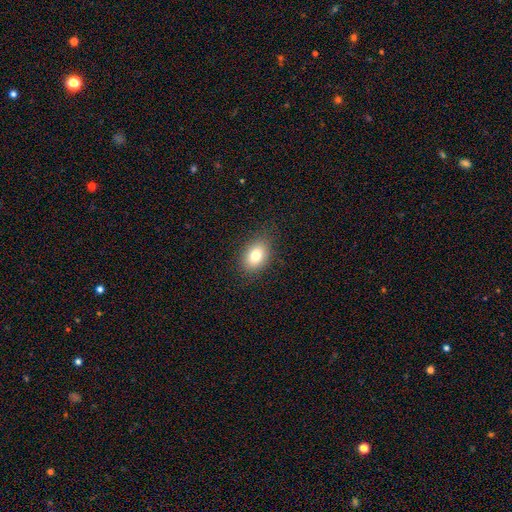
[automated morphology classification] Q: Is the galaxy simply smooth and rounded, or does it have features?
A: smooth — 79%.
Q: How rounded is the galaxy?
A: in between — 77%.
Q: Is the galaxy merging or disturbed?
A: none — 85%.